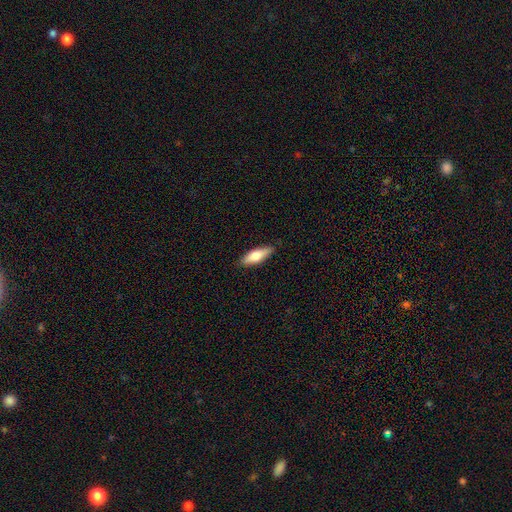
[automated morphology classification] smooth 70%, featured or disk 25%, star or artifact 6%. Down the decision tree: how rounded — in between (54%); merging — none (86%).